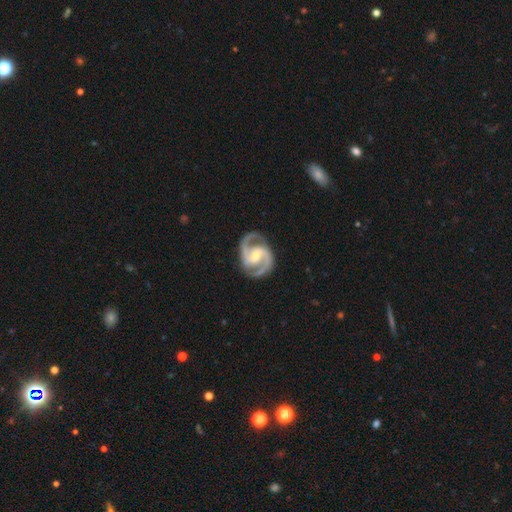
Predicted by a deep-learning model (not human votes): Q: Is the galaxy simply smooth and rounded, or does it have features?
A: featured or disk — 94%.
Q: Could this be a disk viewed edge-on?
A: no — 98%.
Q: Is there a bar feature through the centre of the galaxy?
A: weak — 42%.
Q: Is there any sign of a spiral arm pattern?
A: yes — 99%.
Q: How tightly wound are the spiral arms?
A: medium — 63%.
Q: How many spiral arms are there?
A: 2 — 93%.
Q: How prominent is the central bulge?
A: moderate — 50%.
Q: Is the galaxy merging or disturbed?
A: none — 84%.